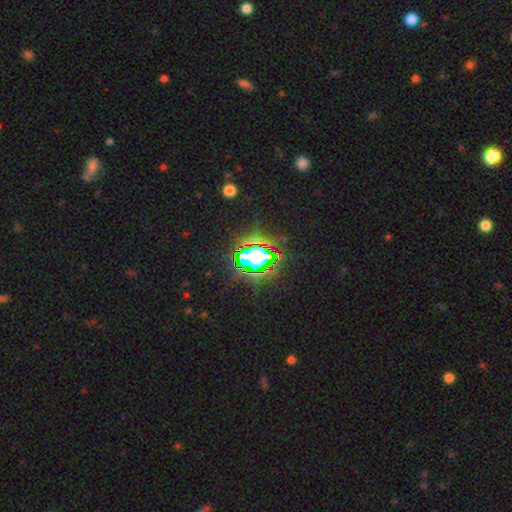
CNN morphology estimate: Smooth or featured: star or artifact — 76% (smooth — 13%)